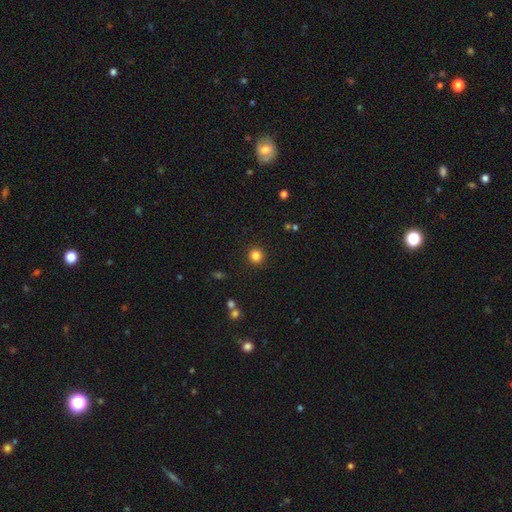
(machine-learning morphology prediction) Smooth or featured? Predicted: smooth (p=0.84). How rounded? Predicted: round (p=0.94). Merging? Predicted: none (p=0.91).